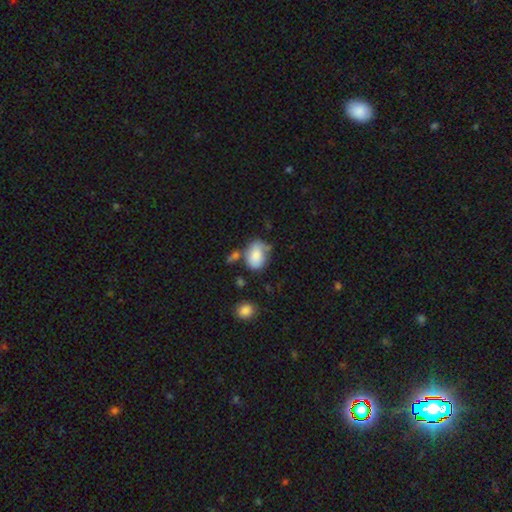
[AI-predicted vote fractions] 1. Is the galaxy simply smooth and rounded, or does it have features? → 80% smooth, 13% featured or disk, 8% star or artifact.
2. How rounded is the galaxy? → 73% in between, 26% round, 1% cigar-shaped.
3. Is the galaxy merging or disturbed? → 41% none, 30% minor disturbance, 16% merger, 13% major disturbance.